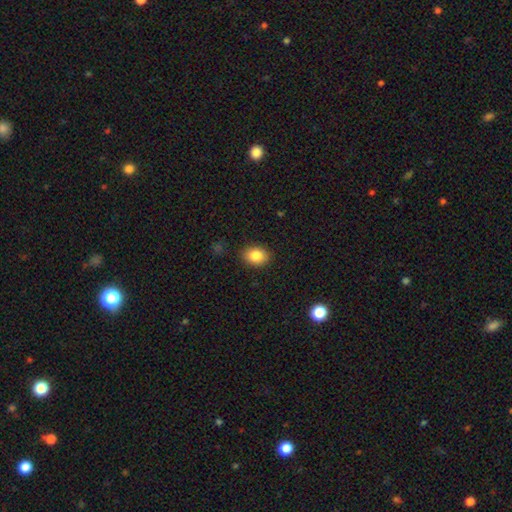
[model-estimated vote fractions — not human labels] A smooth galaxy with no disk features (85%) that is in between round and cigar-shaped (64%).

Vote fractions:
- Smooth or featured? smooth: 85% / star or artifact: 9% / featured or disk: 7%
- How rounded? in between: 64% / round: 35% / cigar-shaped: 1%
- Merging? none: 88% / minor disturbance: 9% / major disturbance: 2% / merger: 1%